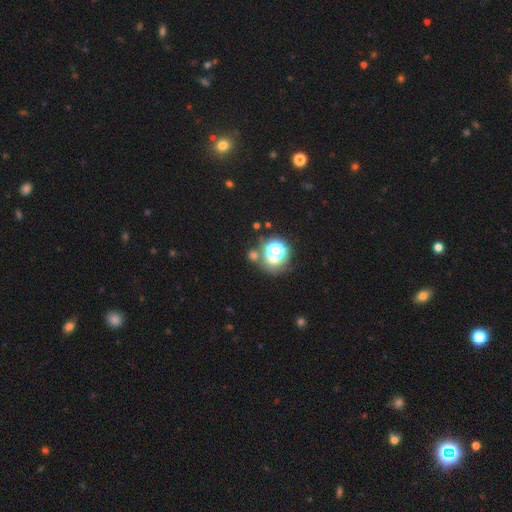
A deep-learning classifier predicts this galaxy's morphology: smooth_or_featured: star or artifact (p=0.54) [alt: smooth p=0.36]